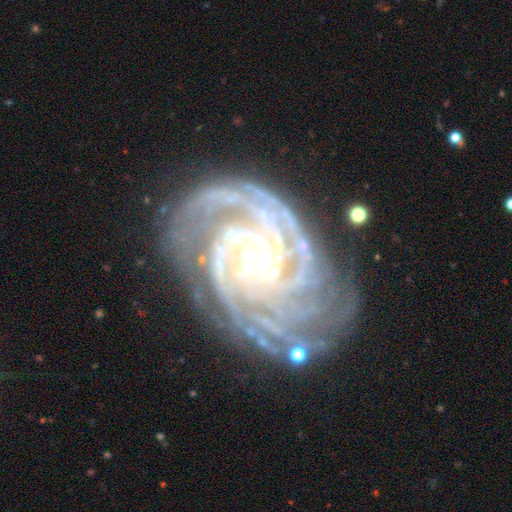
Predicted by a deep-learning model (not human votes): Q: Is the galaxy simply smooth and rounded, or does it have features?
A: featured or disk — 92%.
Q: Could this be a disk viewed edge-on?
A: no — 97%.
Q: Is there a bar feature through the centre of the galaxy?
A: no — 51%.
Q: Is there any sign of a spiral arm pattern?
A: yes — 99%.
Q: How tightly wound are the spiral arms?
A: tight — 76%.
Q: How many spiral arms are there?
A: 4 — 27%.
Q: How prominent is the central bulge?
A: small — 74%.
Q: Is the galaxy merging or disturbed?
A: none — 74%.